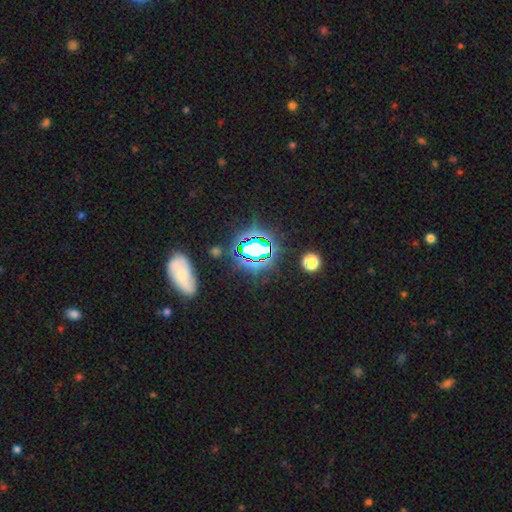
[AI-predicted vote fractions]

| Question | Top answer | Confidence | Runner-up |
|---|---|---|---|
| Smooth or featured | star or artifact | 72% | smooth (17%) |